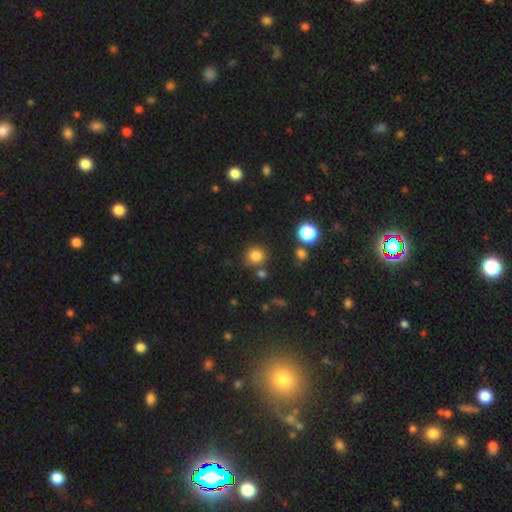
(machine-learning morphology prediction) Overall: smooth (80%). How rounded: round (89%). Merging: none (80%).